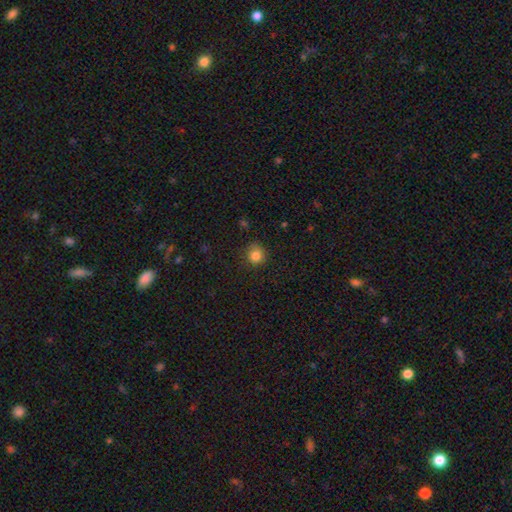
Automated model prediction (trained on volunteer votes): Overall: smooth (84%). How rounded: round (89%). Merging: none (80%).